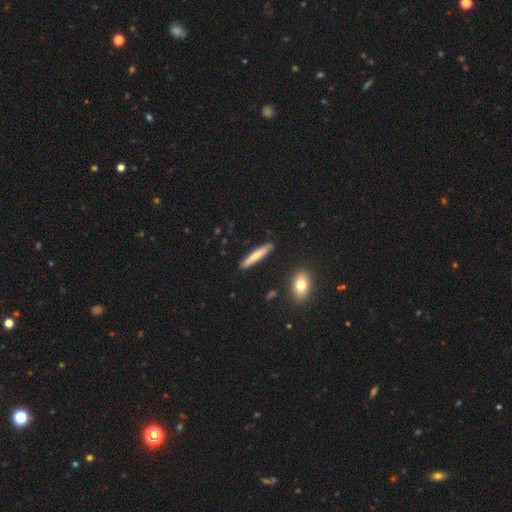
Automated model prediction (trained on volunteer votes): Q: Smooth or featured?
A: smooth (65%); runner-up: featured or disk (29%)
Q: How rounded?
A: cigar-shaped (91%); runner-up: in between (7%)
Q: Merging?
A: none (89%); runner-up: minor disturbance (8%)